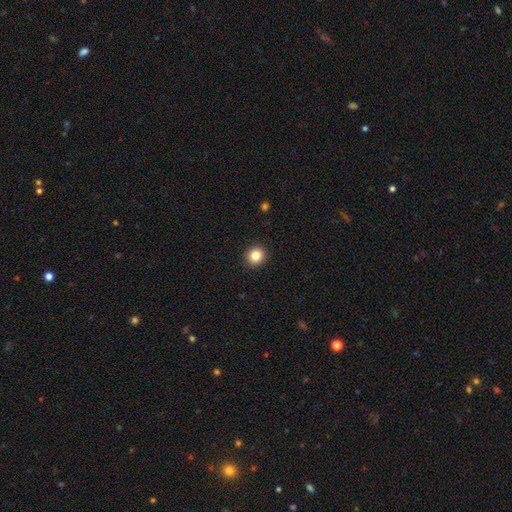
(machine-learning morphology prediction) Smooth or featured? smooth (83%)
How rounded? round (89%)
Merging? none (92%)